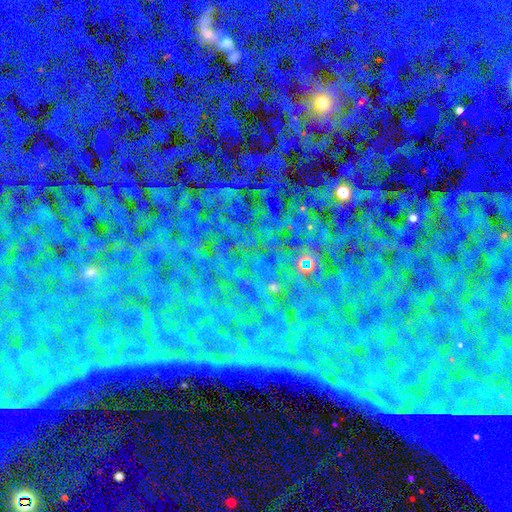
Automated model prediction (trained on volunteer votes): This is clearly a star or artifact rather than a galaxy (87%).